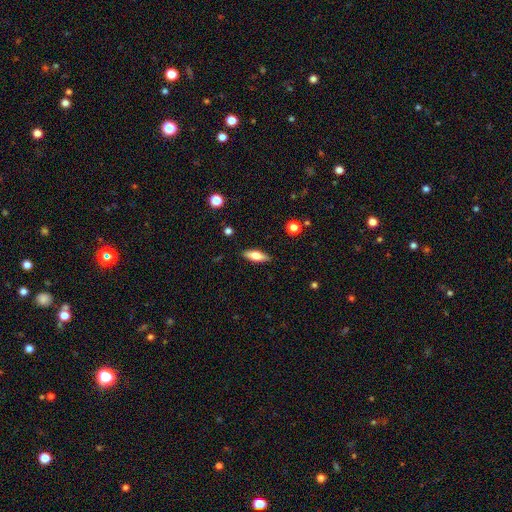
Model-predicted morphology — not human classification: smooth 69%, featured or disk 24%, star or artifact 7%. Down the decision tree: how rounded — in between (66%); merging — none (88%).